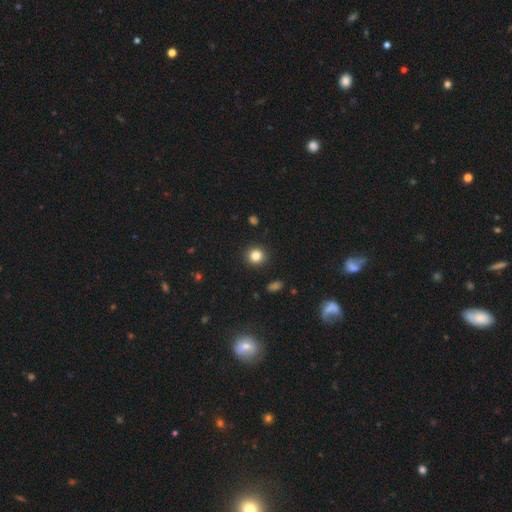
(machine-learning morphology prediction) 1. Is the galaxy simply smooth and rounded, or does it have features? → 83% smooth, 11% star or artifact, 5% featured or disk.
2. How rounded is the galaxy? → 92% round, 7% in between, 1% cigar-shaped.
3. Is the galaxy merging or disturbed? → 92% none, 5% minor disturbance, 2% major disturbance, 1% merger.